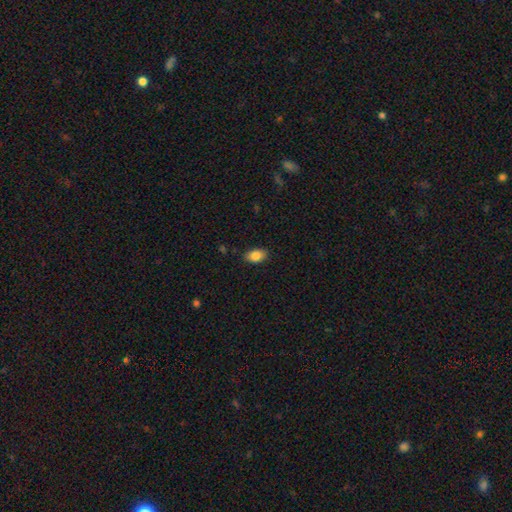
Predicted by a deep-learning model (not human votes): This appears to be a smooth galaxy with no disk features (86%) that is in between round and cigar-shaped (89%). Merging: none (86%).